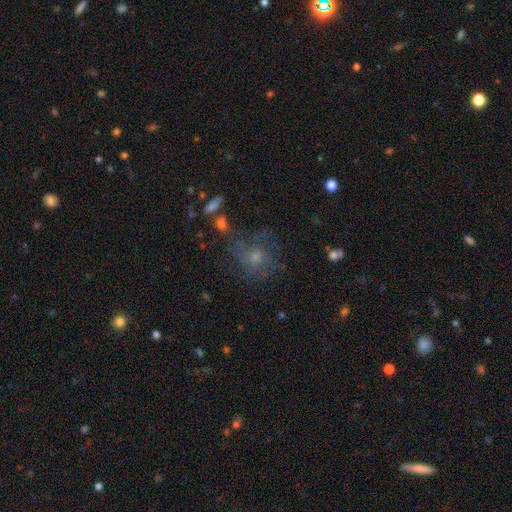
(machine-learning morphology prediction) featured or disk 45%, smooth 38%, star or artifact 17%. Down the decision tree: merging — none (59%).